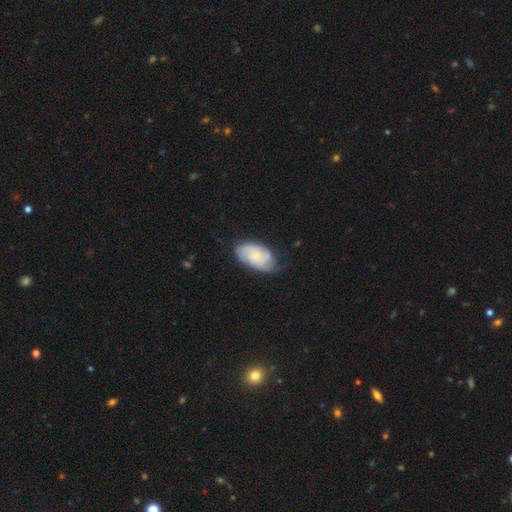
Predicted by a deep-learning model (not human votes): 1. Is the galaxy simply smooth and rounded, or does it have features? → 50% featured or disk, 44% smooth, 6% star or artifact.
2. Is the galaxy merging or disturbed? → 59% none, 31% minor disturbance, 8% major disturbance, 2% merger.